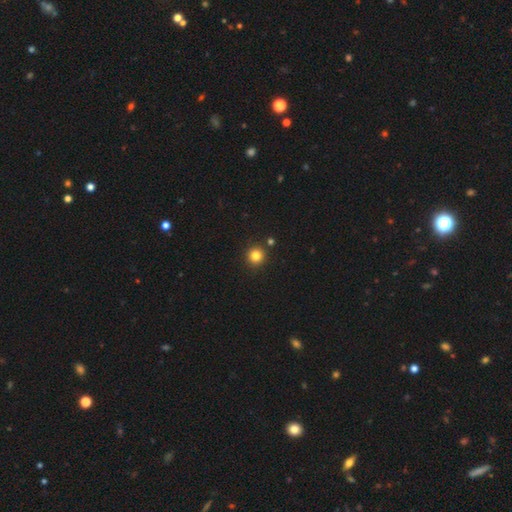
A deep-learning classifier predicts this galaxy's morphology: smooth-or-featured: smooth: 83% | star or artifact: 12% | featured or disk: 5%
  how-rounded: round: 94% | in between: 5% | cigar-shaped: 1%
  merging: none: 89% | minor disturbance: 6% | merger: 4% | major disturbance: 2%